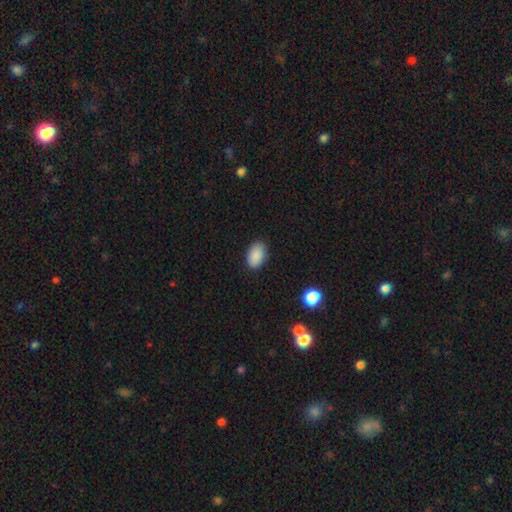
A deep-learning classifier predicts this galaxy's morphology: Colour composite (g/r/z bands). It shows a smooth galaxy with no disk features (89%) that is in between round and cigar-shaped (91%). Merging: none (87%).